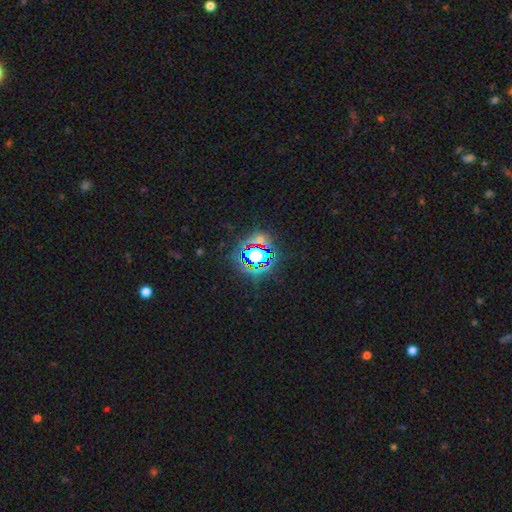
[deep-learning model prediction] star or artifact 71%, smooth 18%, featured or disk 11%.